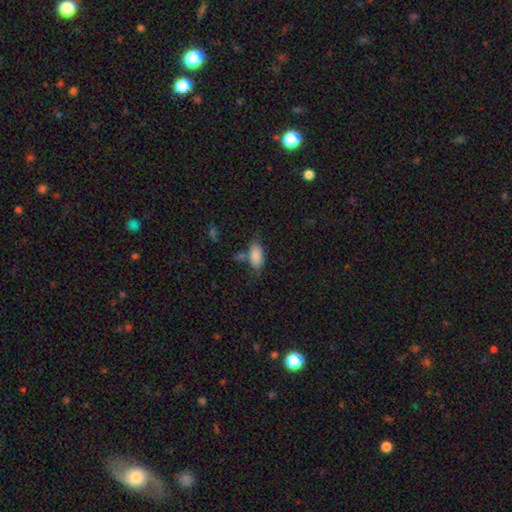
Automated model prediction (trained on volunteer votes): This appears to be a smooth galaxy with no disk features (85%) that is in between round and cigar-shaped (91%). Merging: none (60%).